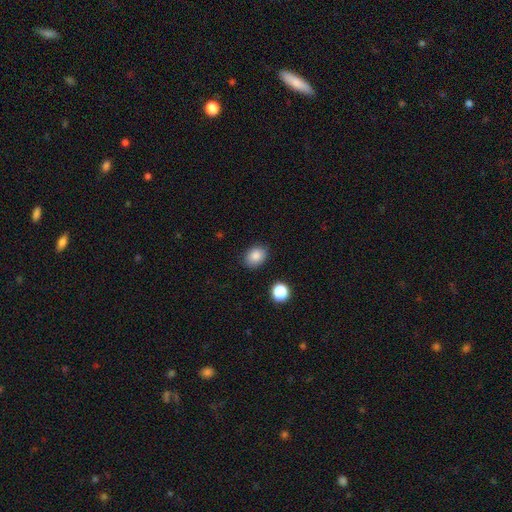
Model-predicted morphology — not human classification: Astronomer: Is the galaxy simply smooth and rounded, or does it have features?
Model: smooth — 85%.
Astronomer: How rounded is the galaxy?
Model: in between — 65%.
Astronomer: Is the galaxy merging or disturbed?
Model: none — 84%.